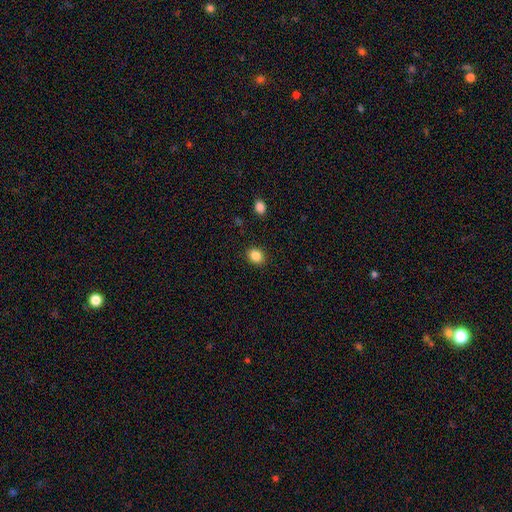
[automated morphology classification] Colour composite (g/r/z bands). It shows a smooth galaxy with no disk features (86%) that is round (55%). Merging: none (90%).